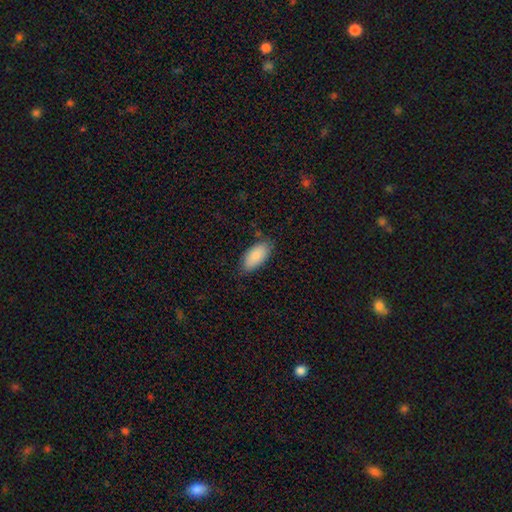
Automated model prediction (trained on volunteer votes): A smooth galaxy with no disk features (88%) that is in between round and cigar-shaped (92%). Merging: none (80%).